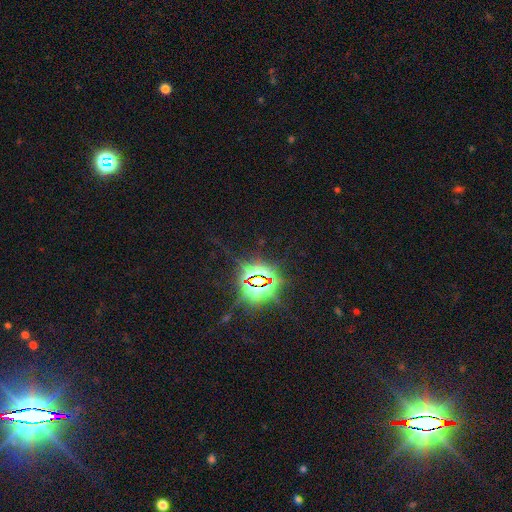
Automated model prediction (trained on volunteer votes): star or artifact 83%, smooth 10%, featured or disk 7%.